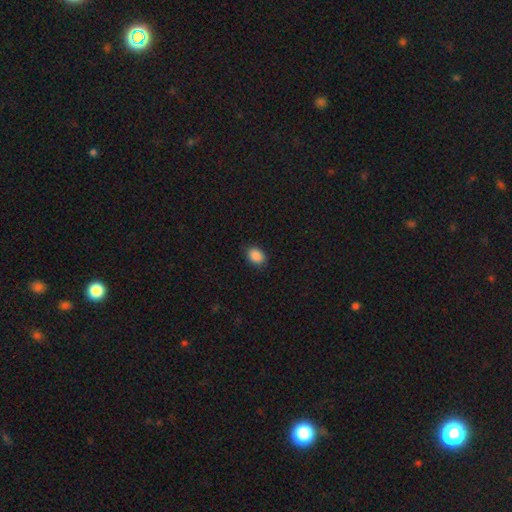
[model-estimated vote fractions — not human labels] This is clearly a smooth galaxy (89%). How rounded: likely in between (64%). Merging: clearly none (87%).